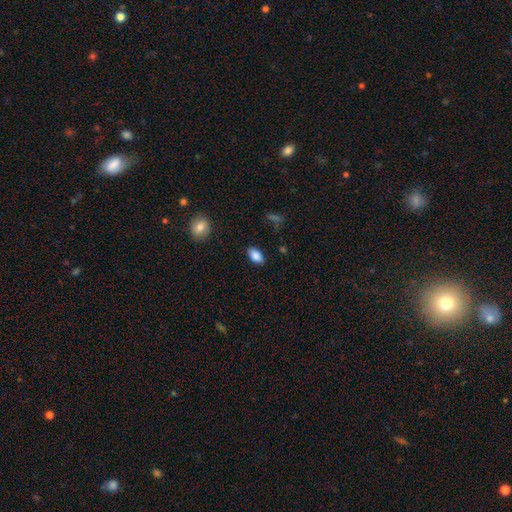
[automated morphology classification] Q: Smooth or featured?
A: smooth (86%); runner-up: star or artifact (8%)
Q: How rounded?
A: in between (92%); runner-up: round (5%)
Q: Merging?
A: none (86%); runner-up: minor disturbance (10%)